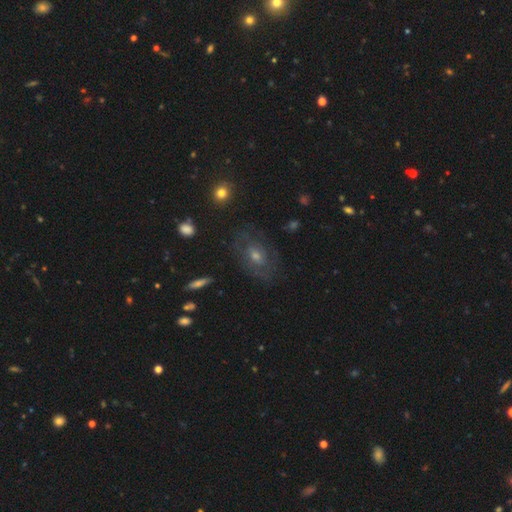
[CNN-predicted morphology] Smooth or featured? featured or disk (57%)
Edge-on disk? no (92%)
Bar? no (66%)
Spiral arms? yes (68%)
Bulge size? moderate (52%)
Merging? none (74%)